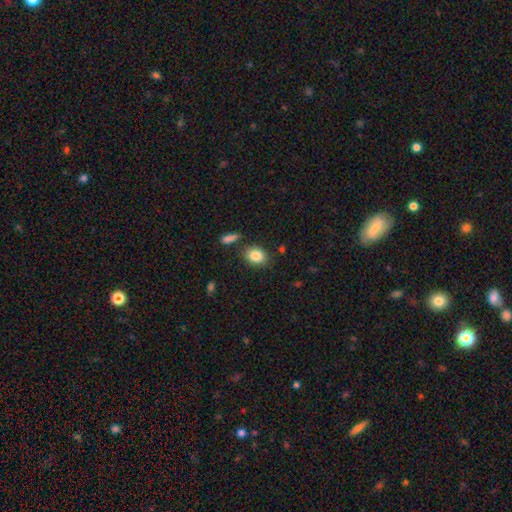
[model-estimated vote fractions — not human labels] This is clearly a smooth galaxy (85%). How rounded: likely in between (63%). Merging: clearly none (81%).